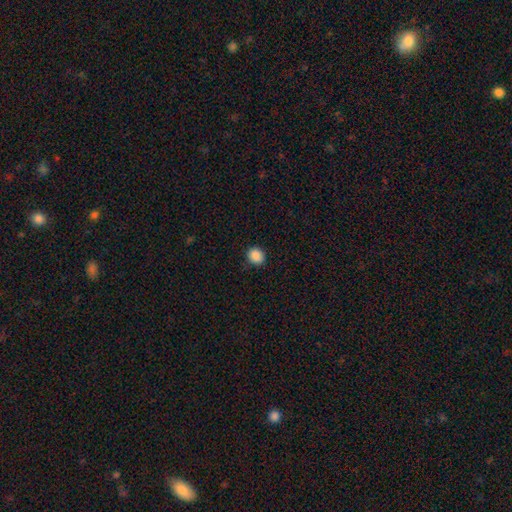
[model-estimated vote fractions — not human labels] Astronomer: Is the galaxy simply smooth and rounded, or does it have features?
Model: smooth — 88%.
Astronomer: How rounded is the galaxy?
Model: round — 75%.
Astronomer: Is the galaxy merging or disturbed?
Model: none — 88%.